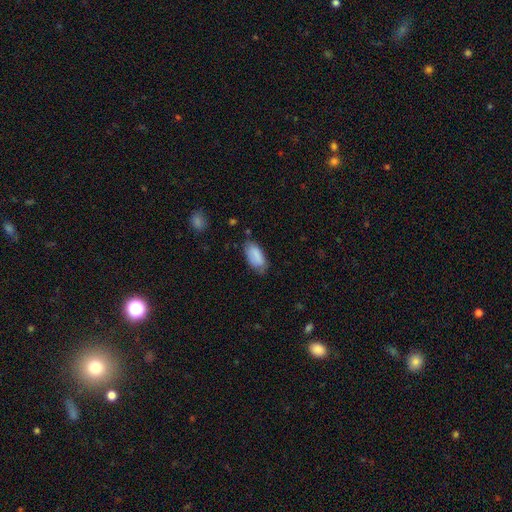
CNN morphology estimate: type=smooth (85%); roundness=in between (91%); merging=none (66%).